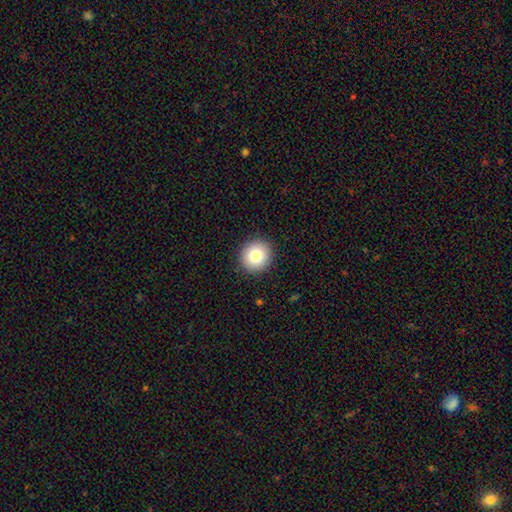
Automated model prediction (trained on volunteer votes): smooth-or-featured: smooth: 81% | star or artifact: 10% | featured or disk: 9%
  how-rounded: round: 91% | in between: 8% | cigar-shaped: 1%
  merging: none: 92% | minor disturbance: 6% | major disturbance: 2% | merger: 1%